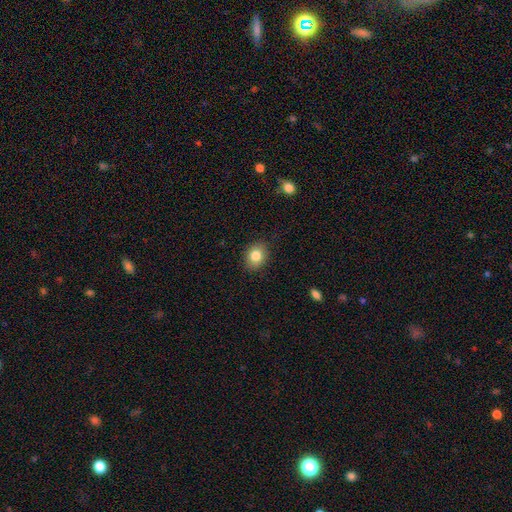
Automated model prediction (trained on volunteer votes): This appears to be a smooth galaxy with no disk features (83%) that is in between round and cigar-shaped (52%). Merging: none (87%).